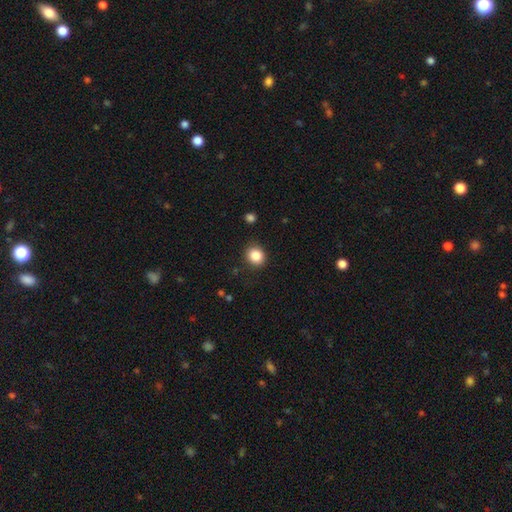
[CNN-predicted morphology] A smooth galaxy with no disk features (86%) that is round (77%).

Vote fractions:
- Smooth or featured? smooth: 86% / star or artifact: 10% / featured or disk: 4%
- How rounded? round: 77% / in between: 22% / cigar-shaped: 1%
- Merging? none: 87% / minor disturbance: 8% / major disturbance: 3% / merger: 1%